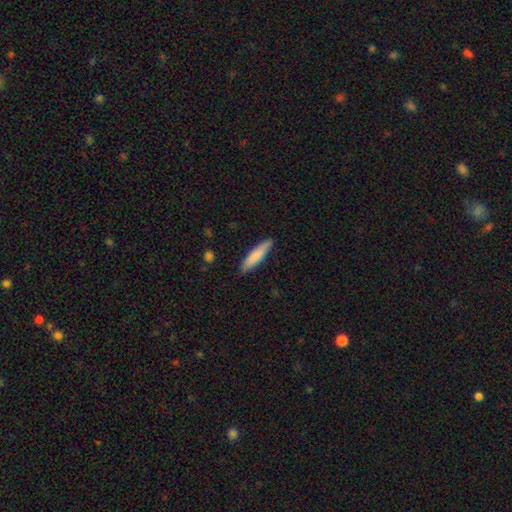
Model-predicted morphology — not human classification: This appears to be a smooth galaxy with no disk features (81%) that is cigar-shaped (81%). Merging: none (85%).